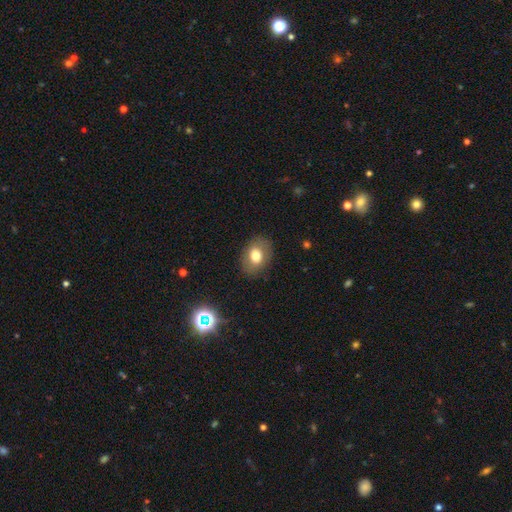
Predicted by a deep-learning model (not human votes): A smooth galaxy with no disk features (72%) that is in between round and cigar-shaped (68%). Merging: none (83%).